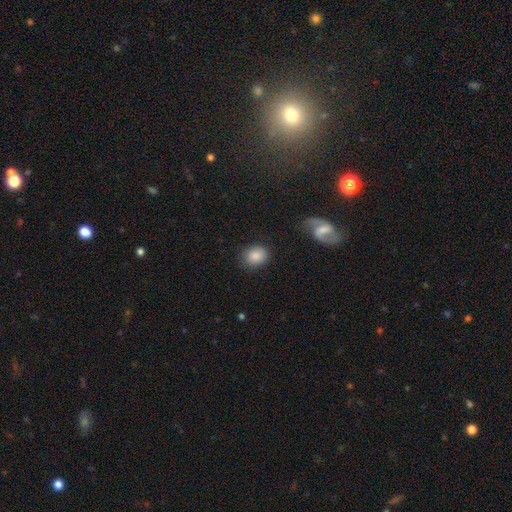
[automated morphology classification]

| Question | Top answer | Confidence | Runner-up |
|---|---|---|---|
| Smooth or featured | smooth | 84% | star or artifact (8%) |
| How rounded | round | 56% | in between (43%) |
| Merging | none | 79% | minor disturbance (15%) |